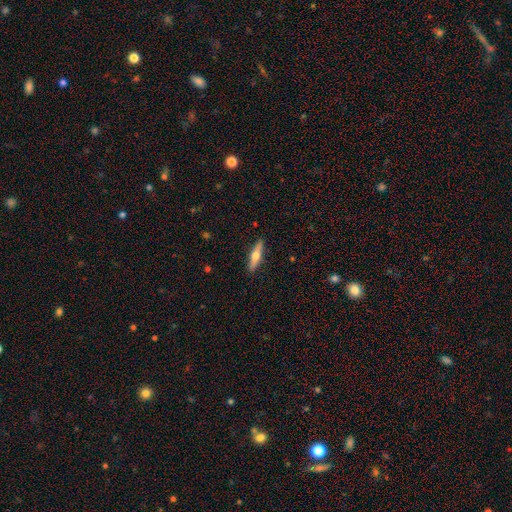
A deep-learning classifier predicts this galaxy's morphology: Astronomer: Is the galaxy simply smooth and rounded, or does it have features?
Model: featured or disk — 54% (runner-up: smooth, 40%).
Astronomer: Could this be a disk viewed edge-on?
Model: yes — 94%.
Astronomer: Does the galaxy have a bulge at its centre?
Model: rounded — 94%.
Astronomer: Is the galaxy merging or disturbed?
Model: none — 91%.